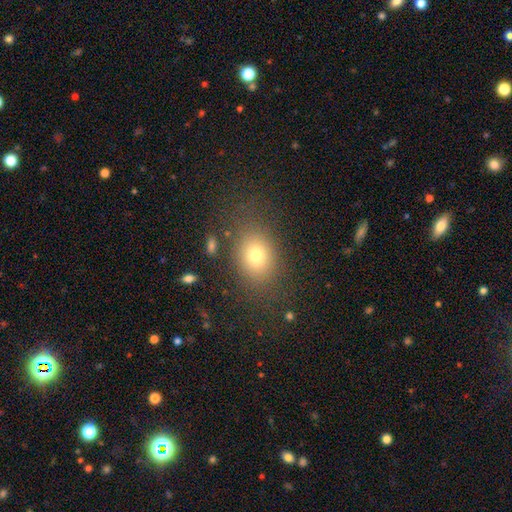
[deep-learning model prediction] A smooth galaxy with no disk features (76%) that is in between round and cigar-shaped (60%). Merging: none (76%).